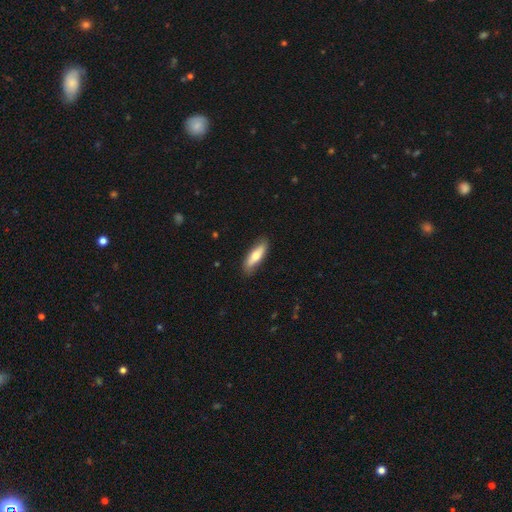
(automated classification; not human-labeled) smooth-or-featured: smooth: 68% | featured or disk: 26% | star or artifact: 5%
  how-rounded: cigar-shaped: 54% | in between: 44% | round: 2%
  merging: none: 85% | minor disturbance: 12% | major disturbance: 2% | merger: 1%